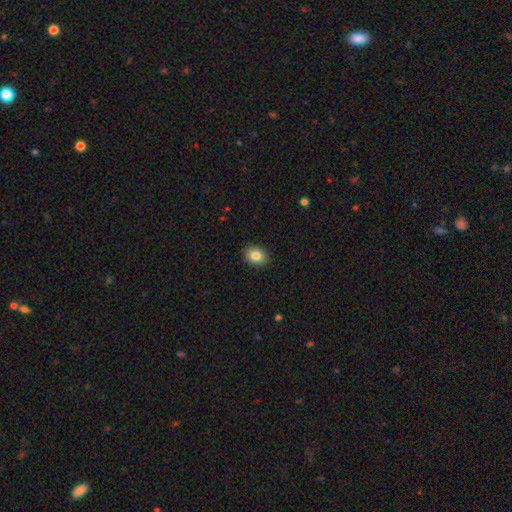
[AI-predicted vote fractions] smooth 84%, star or artifact 9%, featured or disk 7%. Down the decision tree: how rounded — in between (56%); merging — none (90%).